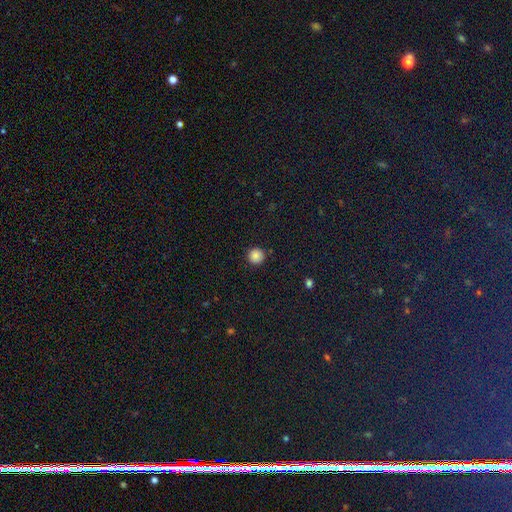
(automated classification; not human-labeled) Smooth or featured? smooth (86%)
How rounded? round (95%)
Merging? none (91%)